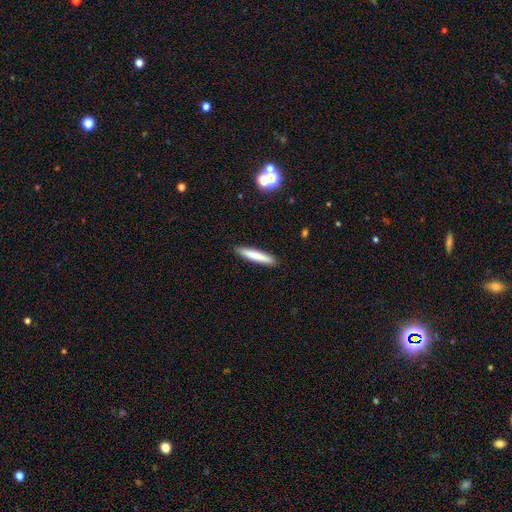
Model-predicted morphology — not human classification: smooth 78%, featured or disk 16%, star or artifact 6%. Down the decision tree: how rounded — cigar-shaped (93%); merging — none (90%).